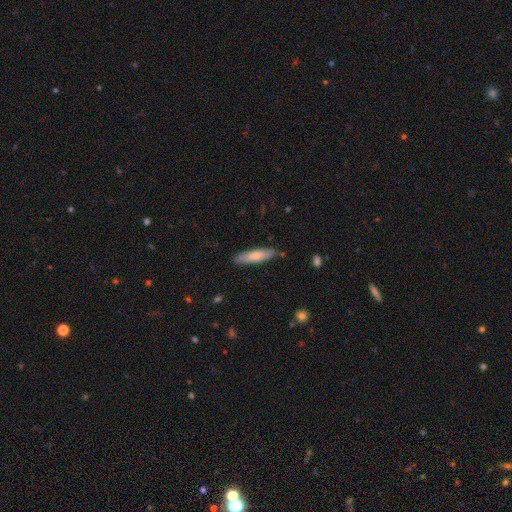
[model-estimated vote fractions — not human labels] A smooth galaxy with no disk features (71%) that is cigar-shaped (73%).

Vote fractions:
- Smooth or featured? smooth: 71% / featured or disk: 23% / star or artifact: 5%
- How rounded? cigar-shaped: 73% / in between: 25% / round: 1%
- Merging? none: 86% / minor disturbance: 11% / major disturbance: 2% / merger: 2%